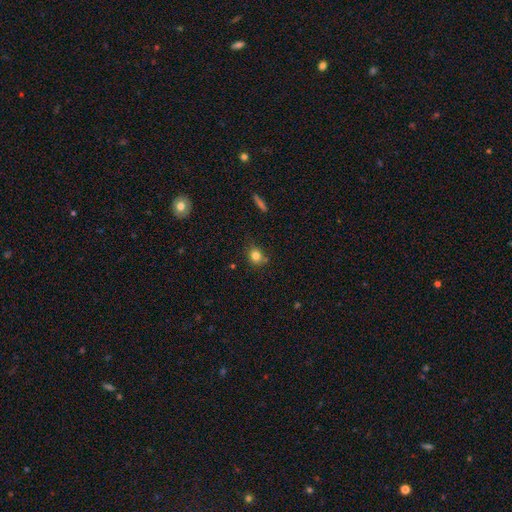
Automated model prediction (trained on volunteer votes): A smooth galaxy with no disk features (82%) that is round (76%).

Vote fractions:
- Smooth or featured? smooth: 82% / star or artifact: 11% / featured or disk: 7%
- How rounded? round: 76% / in between: 23% / cigar-shaped: 1%
- Merging? none: 76% / minor disturbance: 16% / merger: 6% / major disturbance: 3%